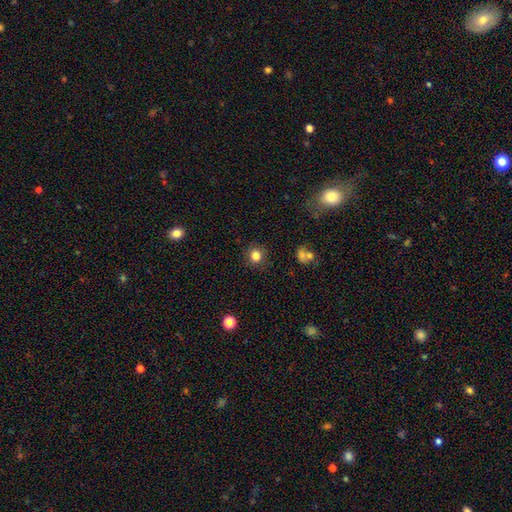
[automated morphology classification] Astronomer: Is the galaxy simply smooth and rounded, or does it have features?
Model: smooth — 82%.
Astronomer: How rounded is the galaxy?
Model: round — 89%.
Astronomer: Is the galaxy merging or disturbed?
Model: none — 88%.